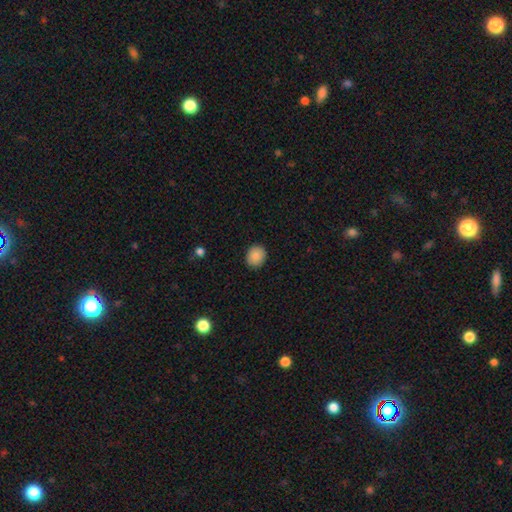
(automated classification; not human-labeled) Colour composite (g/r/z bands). It shows a smooth galaxy with no disk features (88%) that is round (78%). Merging: none (90%).